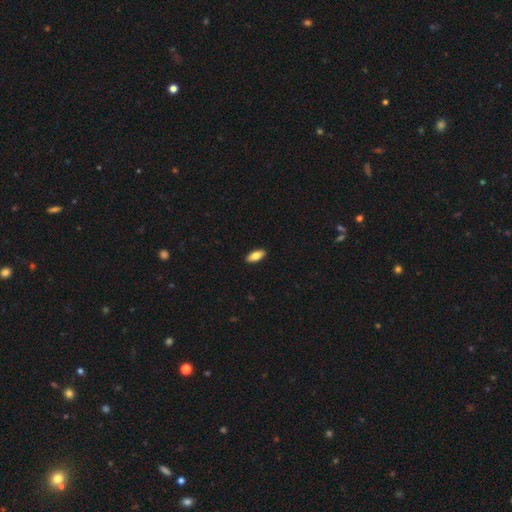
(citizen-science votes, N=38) A smooth galaxy with no disk features (79%) that is in between round and cigar-shaped (87%). Merging: none (94%).